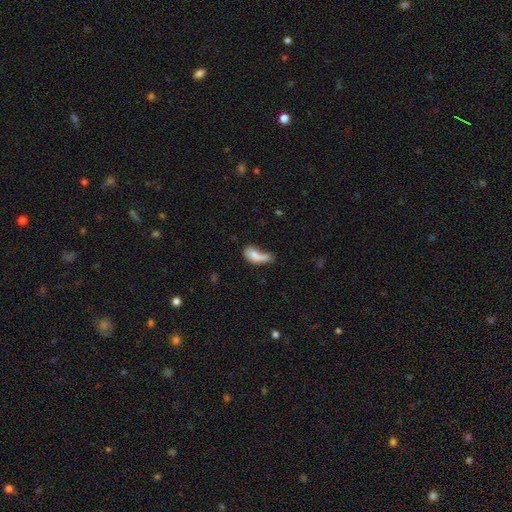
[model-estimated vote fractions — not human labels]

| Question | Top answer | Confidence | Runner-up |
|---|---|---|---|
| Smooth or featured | smooth | 67% | featured or disk (24%) |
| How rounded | in between | 78% | cigar-shaped (15%) |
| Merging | major disturbance | 28% | merger (26%) |